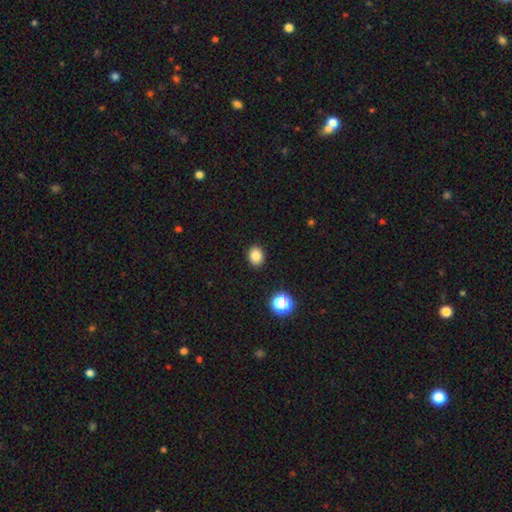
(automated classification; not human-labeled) Smooth or featured? Predicted: smooth (p=0.84). How rounded? Predicted: round (p=0.57). Merging? Predicted: none (p=0.90).